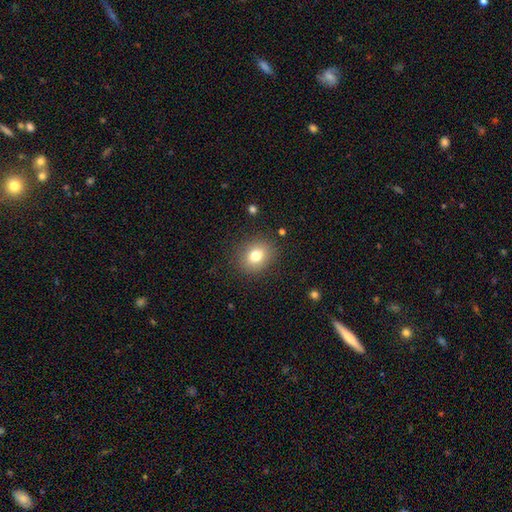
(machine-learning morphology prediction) Q: Smooth or featured?
A: smooth (78%); runner-up: star or artifact (12%)
Q: How rounded?
A: round (64%); runner-up: in between (35%)
Q: Merging?
A: none (87%); runner-up: minor disturbance (9%)